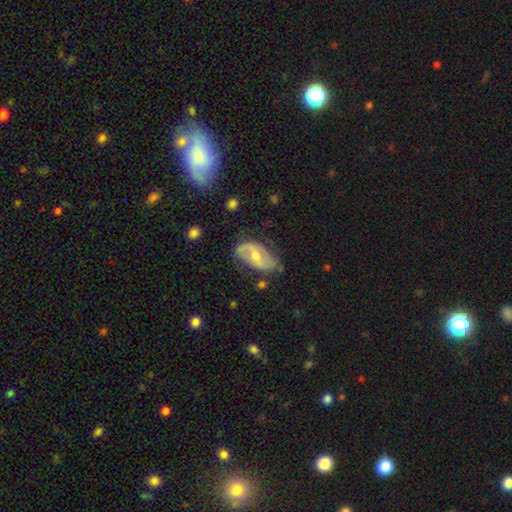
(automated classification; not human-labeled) Smooth or featured?
  - featured or disk: 69% *
  - smooth: 25%
  - star or artifact: 6%
Edge-on disk?
  - no: 94% *
  - yes: 6%
Bar?
  - weak: 44% *
  - no: 38%
  - strong: 18%
Spiral arms?
  - yes: 83% *
  - no: 17%
Spiral winding?
  - loose: 44% *
  - medium: 38%
  - tight: 18%
Spiral arm count?
  - 2: 80% *
  - can't tell: 11%
  - 1: 5%
  - 3: 1%
  - 4: 1%
  - more than 4: 1%
Bulge size?
  - moderate: 58% *
  - small: 37%
  - large: 2%
  - none: 2%
  - dominant: 1%
Merging?
  - none: 64% *
  - minor disturbance: 26%
  - major disturbance: 8%
  - merger: 2%